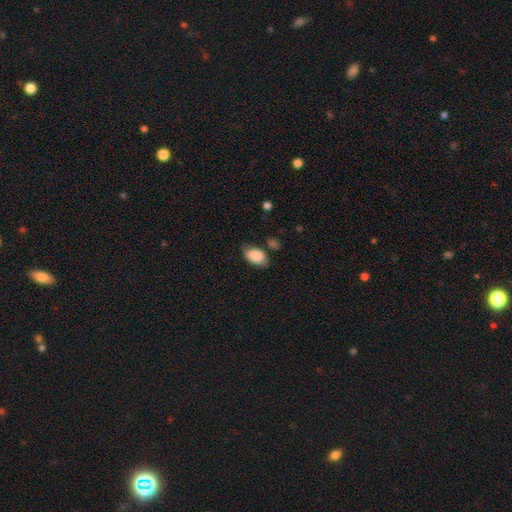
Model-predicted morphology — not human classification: Overall: smooth (87%). How rounded: in between (91%). Merging: none (71%).